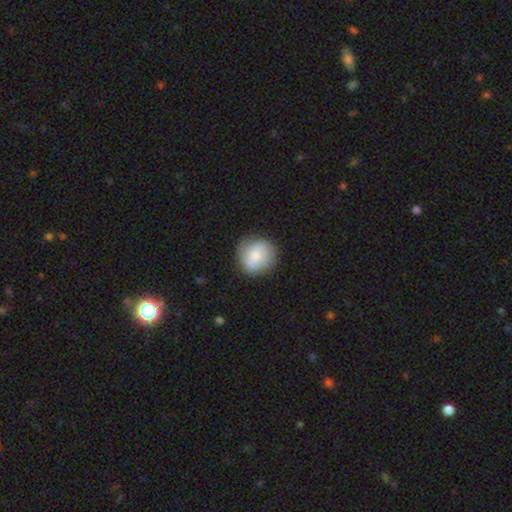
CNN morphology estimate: smooth-or-featured: smooth: 65% | featured or disk: 28% | star or artifact: 7%
  how-rounded: round: 86% | in between: 13% | cigar-shaped: 1%
  merging: none: 78% | minor disturbance: 16% | major disturbance: 5% | merger: 1%